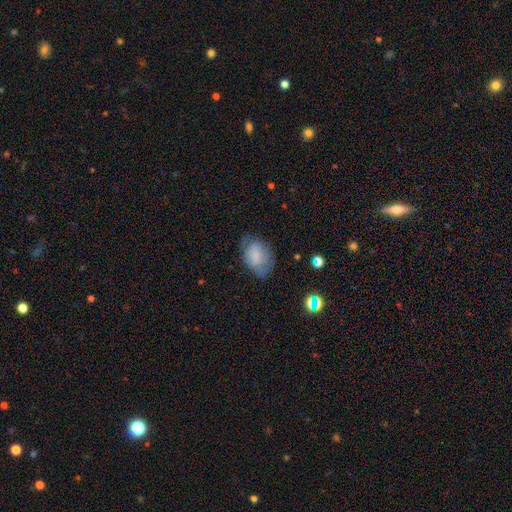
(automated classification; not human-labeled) smooth-or-featured: smooth: 72% | featured or disk: 19% | star or artifact: 9%
  how-rounded: in between: 80% | round: 19% | cigar-shaped: 1%
  merging: none: 53% | minor disturbance: 31% | major disturbance: 14% | merger: 2%